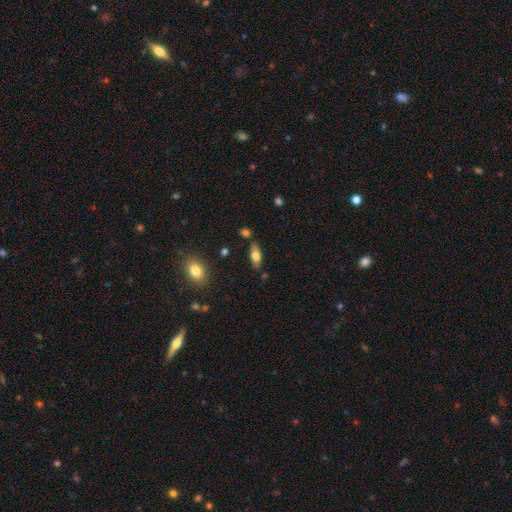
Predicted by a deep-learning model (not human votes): This is likely a smooth galaxy (67%). How rounded: likely in between (78%). Merging: likely none (76%).